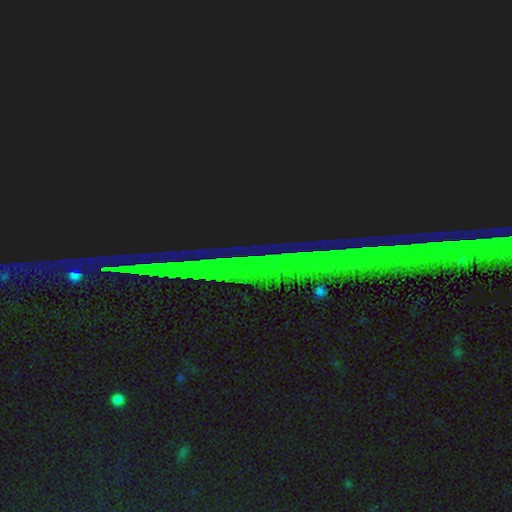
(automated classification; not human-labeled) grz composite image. It shows a star or artifact, not a galaxy (88%).